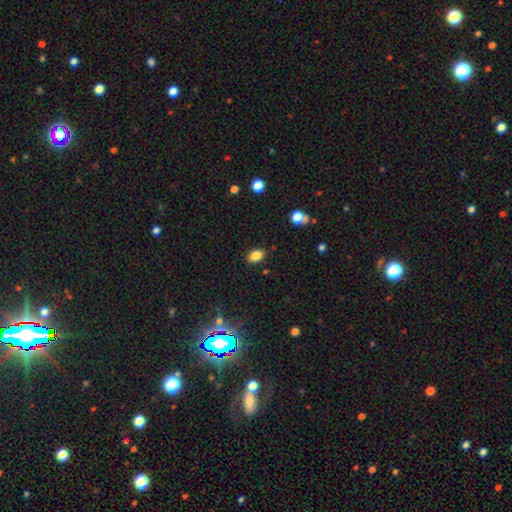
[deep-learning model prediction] smooth 83%, star or artifact 11%, featured or disk 6%. Down the decision tree: how rounded — in between (80%); merging — none (86%).